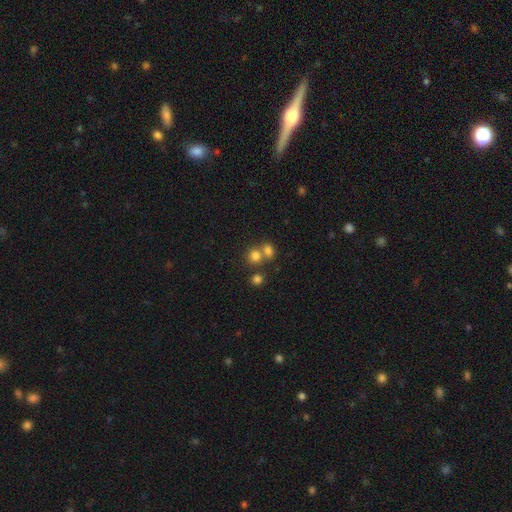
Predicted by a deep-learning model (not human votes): smooth-or-featured: smooth: 76% | star or artifact: 15% | featured or disk: 9%
  how-rounded: round: 79% | in between: 20% | cigar-shaped: 1%
  merging: none: 46% | merger: 44% | minor disturbance: 7% | major disturbance: 3%